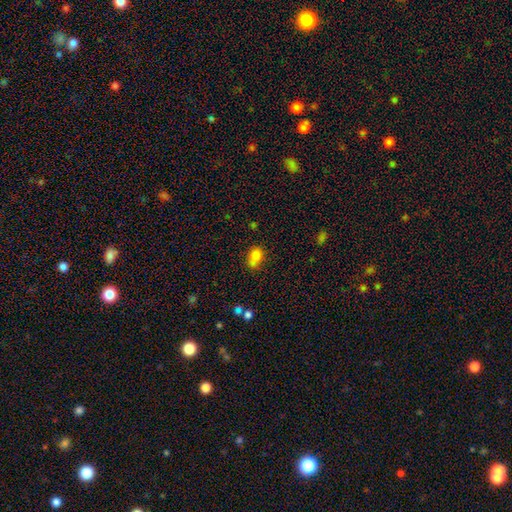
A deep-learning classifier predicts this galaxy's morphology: smooth 80%, star or artifact 12%, featured or disk 8%. Down the decision tree: how rounded — in between (71%); merging — none (45%).